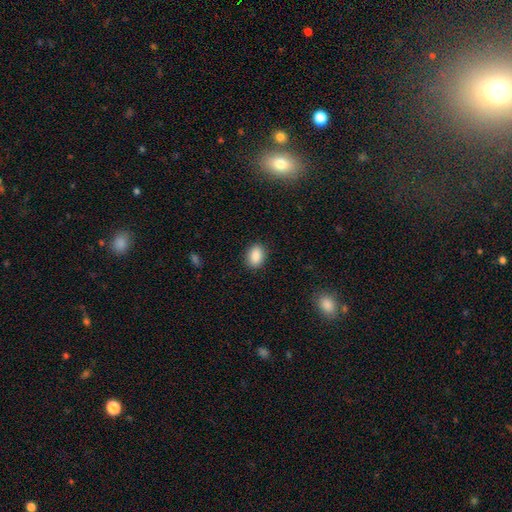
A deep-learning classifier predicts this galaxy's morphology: smooth 89%, star or artifact 8%, featured or disk 4%. Down the decision tree: how rounded — in between (78%); merging — none (88%).